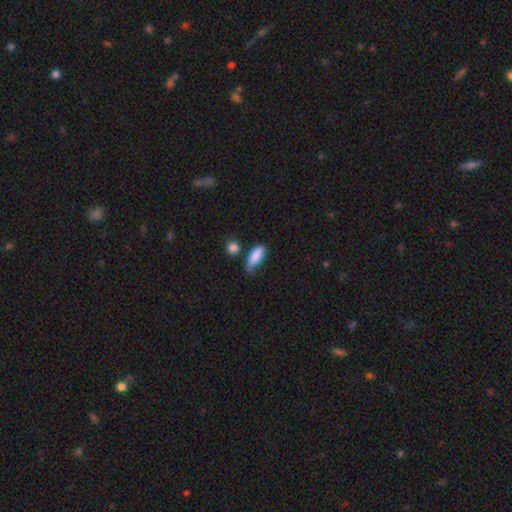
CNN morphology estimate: Smooth or featured? smooth (82%)
How rounded? in between (75%)
Merging? none (39%, tied with minor disturbance)